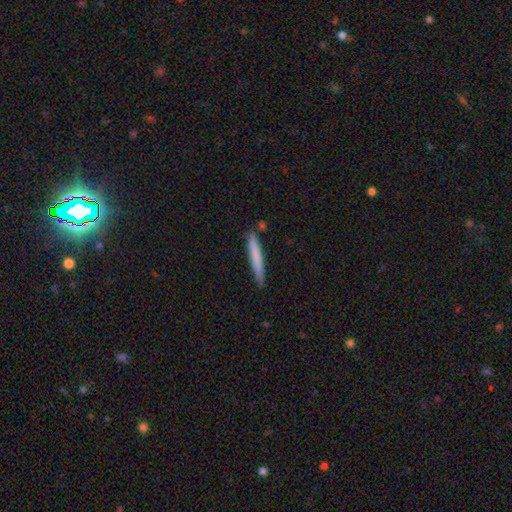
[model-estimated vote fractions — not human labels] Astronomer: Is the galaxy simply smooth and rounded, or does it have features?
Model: smooth — 73%.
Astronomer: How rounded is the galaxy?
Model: cigar-shaped — 96%.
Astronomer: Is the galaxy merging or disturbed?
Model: none — 85%.